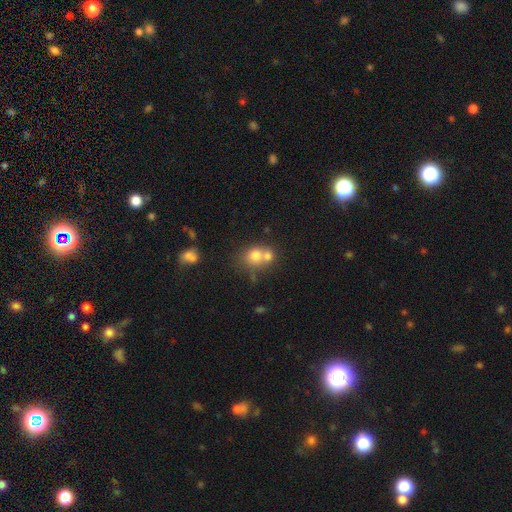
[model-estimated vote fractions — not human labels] The model was most divided on "merging": merger: 56%, none: 32%, minor disturbance: 8%, major disturbance: 4%. More confident: smooth or featured — smooth (74%); how rounded — round (72%).